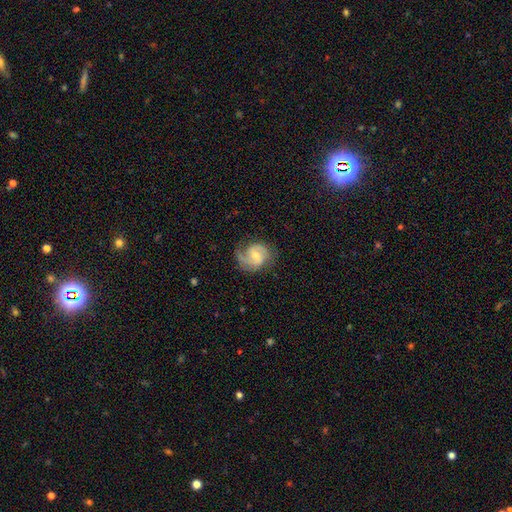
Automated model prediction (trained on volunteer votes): smooth-or-featured: featured or disk: 81% | smooth: 13% | star or artifact: 5%
  disk-edge-on: no: 98% | yes: 2%
    bar: weak: 46% | no: 44% | strong: 10%
    has-spiral-arms: yes: 96% | no: 4%
      spiral-winding: medium: 48% | tight: 30% | loose: 21%
      spiral-arm-count: 2: 69% | 1: 17% | can't tell: 7% | 3: 4% | 4: 1% | more than 4: 1%
    bulge-size: moderate: 51% | small: 44% | large: 3% | none: 2% | dominant: 1%
  merging: none: 68% | minor disturbance: 20% | major disturbance: 11% | merger: 1%